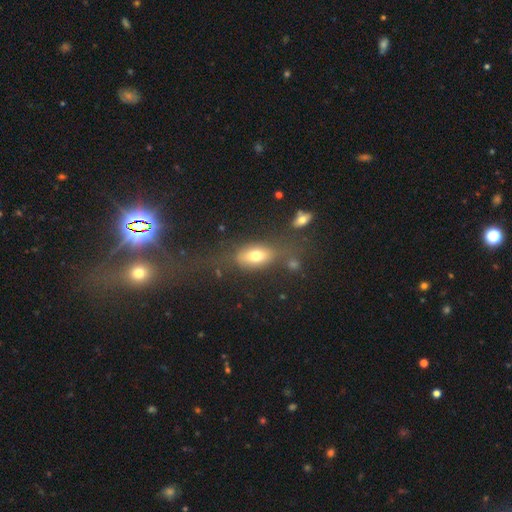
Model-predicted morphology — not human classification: A smooth galaxy with no disk features (73%) that is in between round and cigar-shaped (84%). Merging: none (58%).